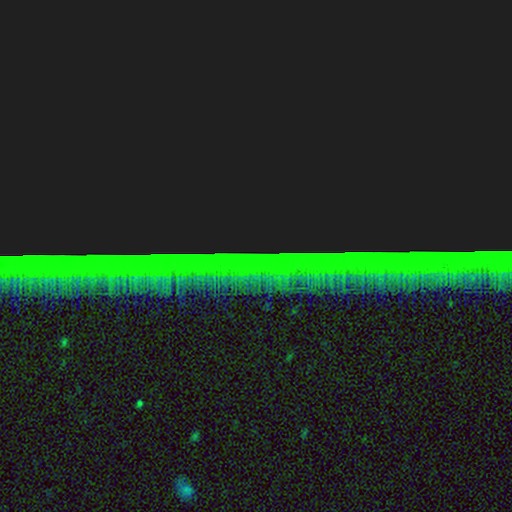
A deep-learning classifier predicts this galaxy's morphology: Smooth or featured: star or artifact — 87% (featured or disk — 7%)